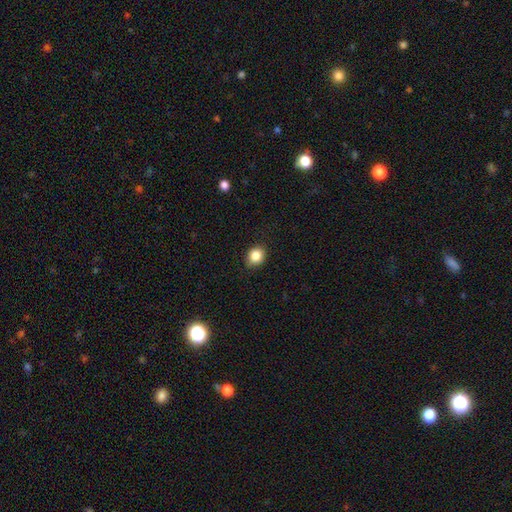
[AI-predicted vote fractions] Smooth or featured? Predicted: smooth (p=0.86). How rounded? Predicted: round (p=0.68). Merging? Predicted: none (p=0.86).